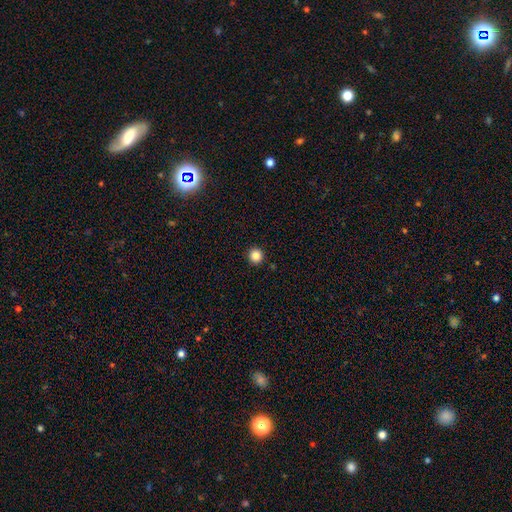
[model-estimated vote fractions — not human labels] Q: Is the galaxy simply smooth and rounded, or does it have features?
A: smooth — 86%.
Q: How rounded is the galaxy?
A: round — 95%.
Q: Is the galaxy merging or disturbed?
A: none — 93%.